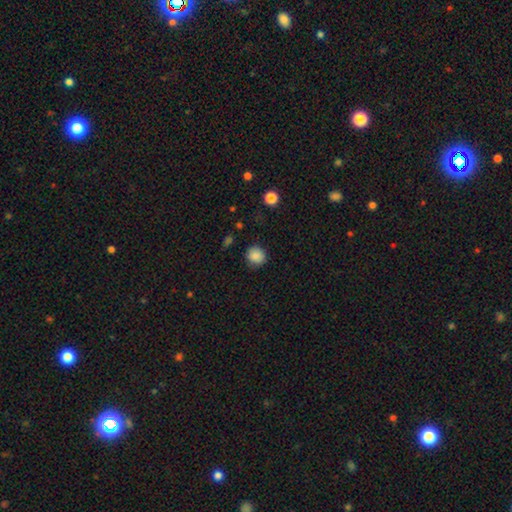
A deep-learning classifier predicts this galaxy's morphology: Overall: smooth (86%). How rounded: round (87%). Merging: none (85%).